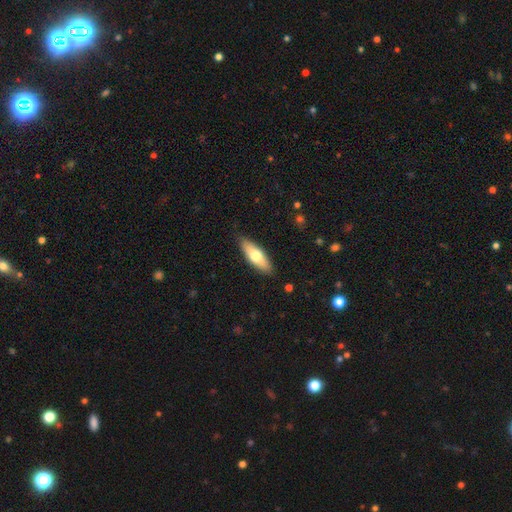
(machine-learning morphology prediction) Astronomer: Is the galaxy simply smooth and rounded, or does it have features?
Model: smooth — 65%.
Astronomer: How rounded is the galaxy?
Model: in between — 58% (runner-up: cigar-shaped, 40%).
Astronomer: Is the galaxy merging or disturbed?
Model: none — 86%.